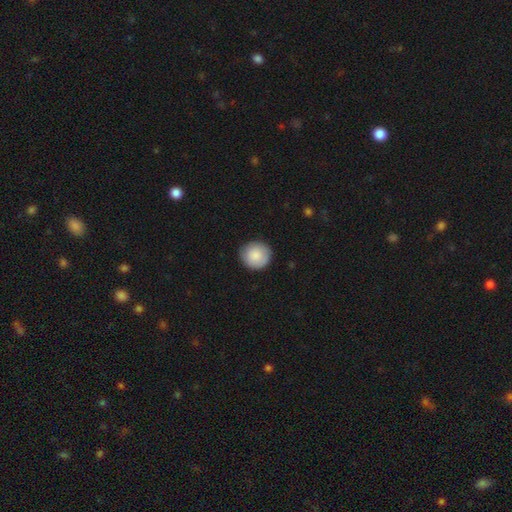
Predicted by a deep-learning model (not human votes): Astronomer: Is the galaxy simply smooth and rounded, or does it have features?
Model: smooth — 87%.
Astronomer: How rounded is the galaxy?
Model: round — 93%.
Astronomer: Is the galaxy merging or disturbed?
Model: none — 88%.